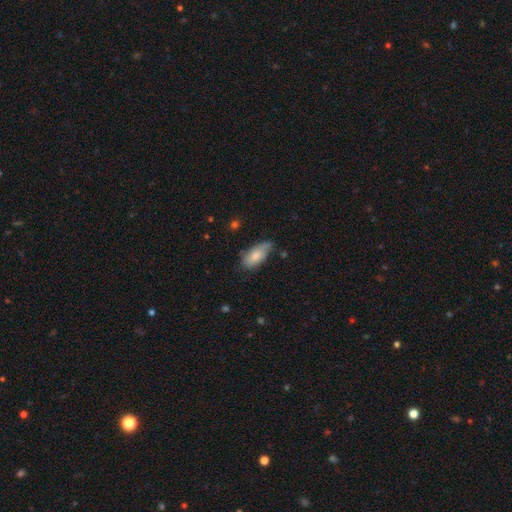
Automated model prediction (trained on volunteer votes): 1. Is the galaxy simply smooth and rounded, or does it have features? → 76% smooth, 18% featured or disk, 7% star or artifact.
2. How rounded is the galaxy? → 88% in between, 10% cigar-shaped, 3% round.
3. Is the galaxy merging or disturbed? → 52% none, 36% minor disturbance, 9% major disturbance, 3% merger.